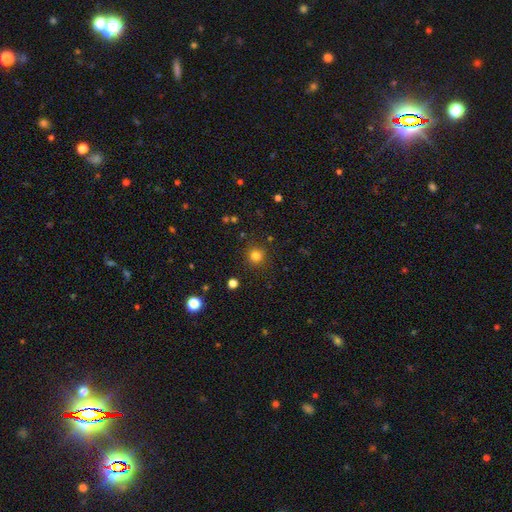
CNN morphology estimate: Smooth or featured?
  - smooth: 80% *
  - star or artifact: 15%
  - featured or disk: 5%
How rounded?
  - round: 94% *
  - in between: 5%
  - cigar-shaped: 1%
Merging?
  - none: 89% *
  - minor disturbance: 6%
  - major disturbance: 3%
  - merger: 2%